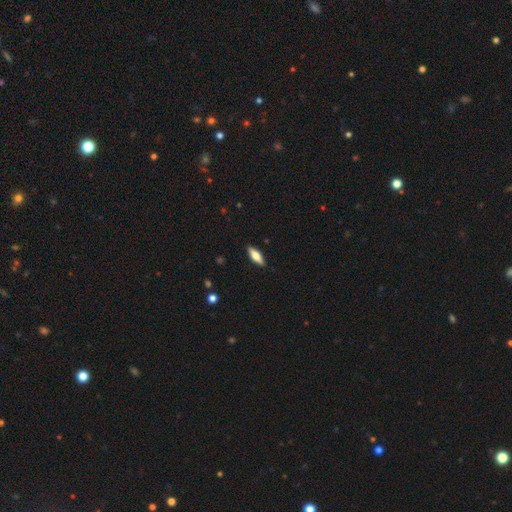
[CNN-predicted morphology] Smooth or featured? smooth (62%)
How rounded? in between (56%)
Merging? none (90%)